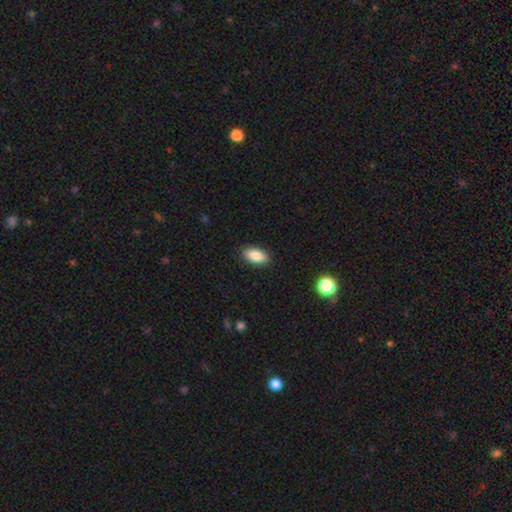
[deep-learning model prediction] This is clearly a smooth galaxy (86%). How rounded: clearly in between (92%). Merging: clearly none (89%).